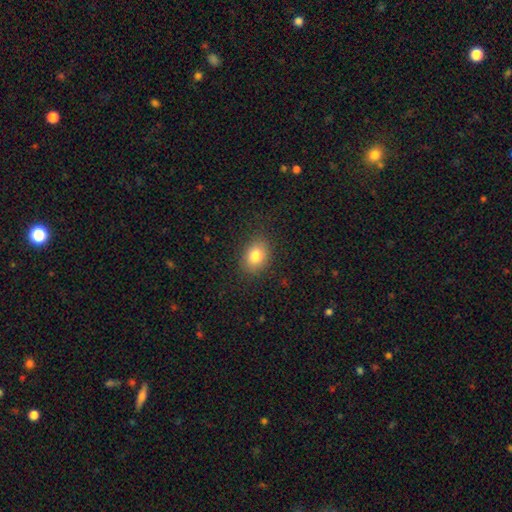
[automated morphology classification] smooth_or_featured: smooth (p=0.81) [alt: star or artifact p=0.10]
how_rounded: in between (p=0.64) [alt: round p=0.35]
merging: none (p=0.85) [alt: minor disturbance p=0.11]